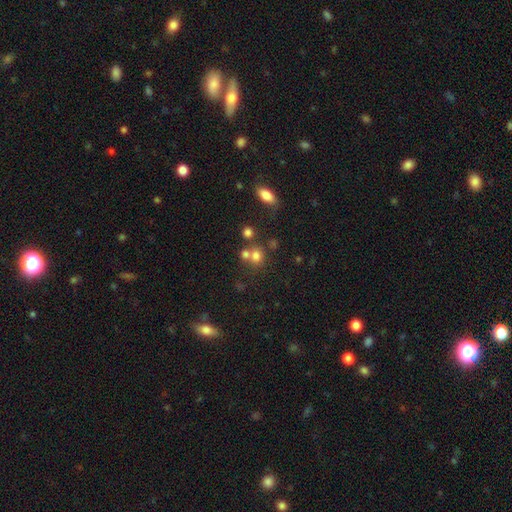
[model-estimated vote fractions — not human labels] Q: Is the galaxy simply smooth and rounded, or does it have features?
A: smooth — 71%.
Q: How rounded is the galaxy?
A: round — 80%.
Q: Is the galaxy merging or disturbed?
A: none — 50%.